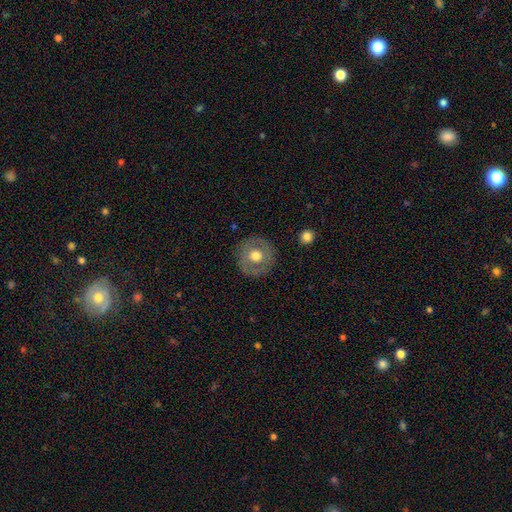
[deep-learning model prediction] This appears to be a smooth galaxy with no disk features (50%) that is round (92%). Merging: none (85%).